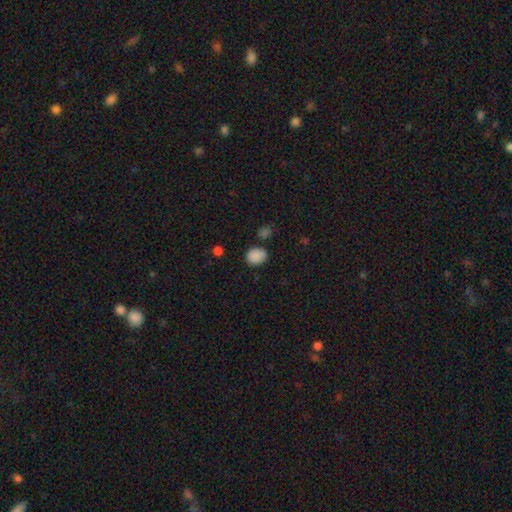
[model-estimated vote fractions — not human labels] Smooth or featured?
  - smooth: 86% *
  - star or artifact: 10%
  - featured or disk: 3%
How rounded?
  - round: 52% *
  - in between: 47%
  - cigar-shaped: 1%
Merging?
  - none: 76% *
  - minor disturbance: 15%
  - merger: 5%
  - major disturbance: 4%